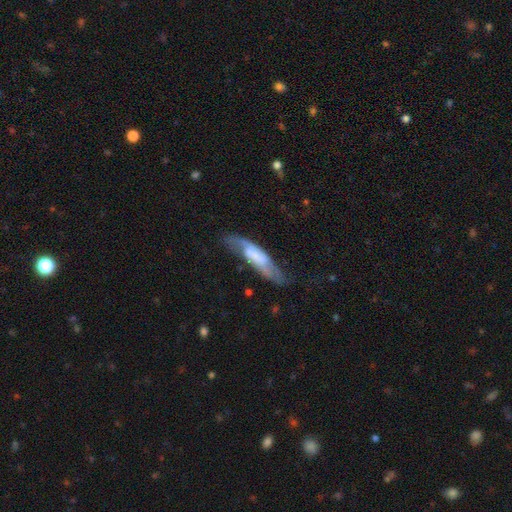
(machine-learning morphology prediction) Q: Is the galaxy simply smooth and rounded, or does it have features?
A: featured or disk — 62%.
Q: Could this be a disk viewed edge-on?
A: no — 67%.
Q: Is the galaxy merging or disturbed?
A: none — 58%.